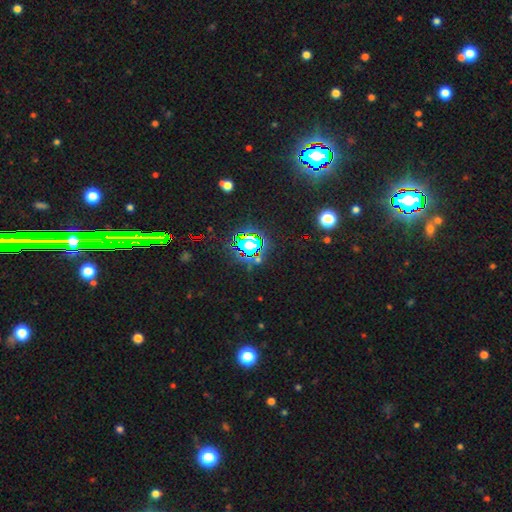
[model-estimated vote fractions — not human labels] The model was most divided on "smooth or featured": star or artifact: 78%, smooth: 14%, featured or disk: 8%.